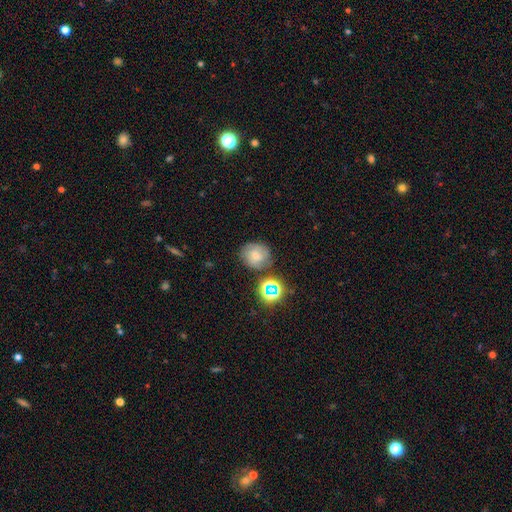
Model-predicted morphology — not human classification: A smooth galaxy with no disk features (54%) that is round (82%). Merging: none (70%).